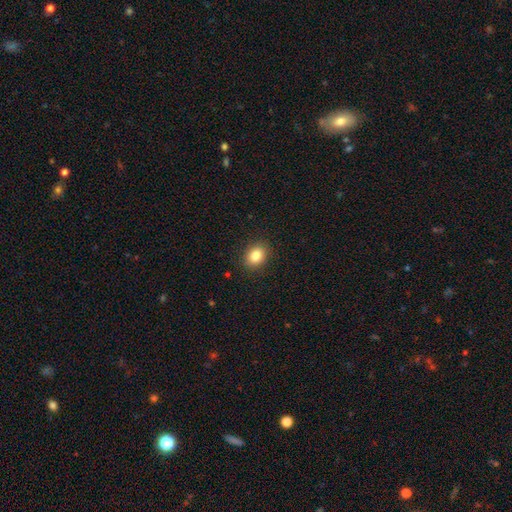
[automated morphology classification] smooth 84%, star or artifact 10%, featured or disk 7%. Down the decision tree: how rounded — in between (54%); merging — none (90%).